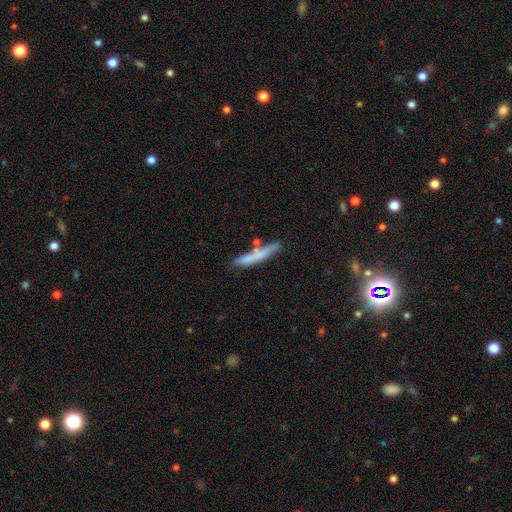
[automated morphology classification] This is likely a smooth galaxy (67%). How rounded: clearly cigar-shaped (92%). Merging: likely none (70%).